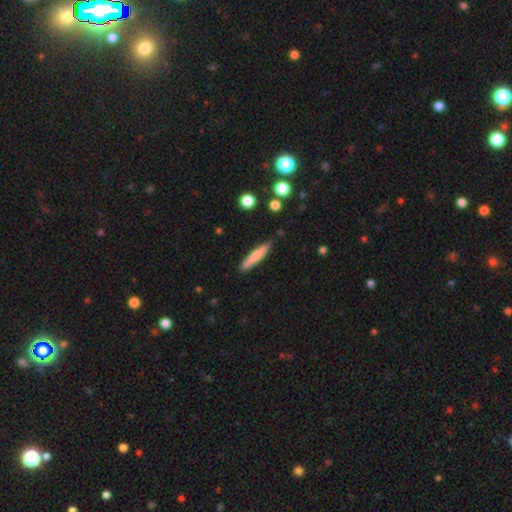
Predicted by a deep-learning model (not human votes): Overall: smooth (69%). How rounded: cigar-shaped (89%). Merging: none (86%).